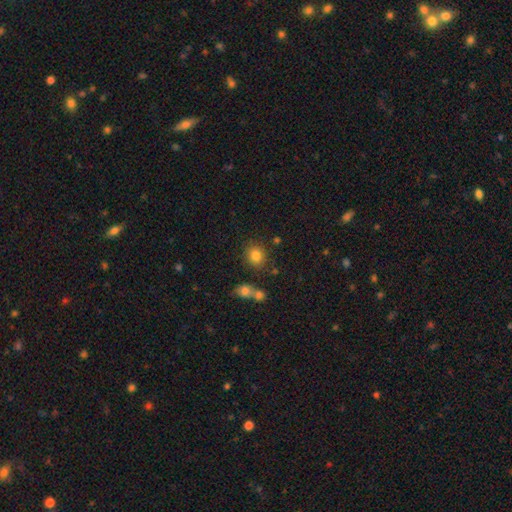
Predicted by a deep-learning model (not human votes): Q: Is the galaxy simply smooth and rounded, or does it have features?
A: smooth — 81%.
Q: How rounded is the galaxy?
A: round — 78%.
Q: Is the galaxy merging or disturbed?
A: none — 78%.